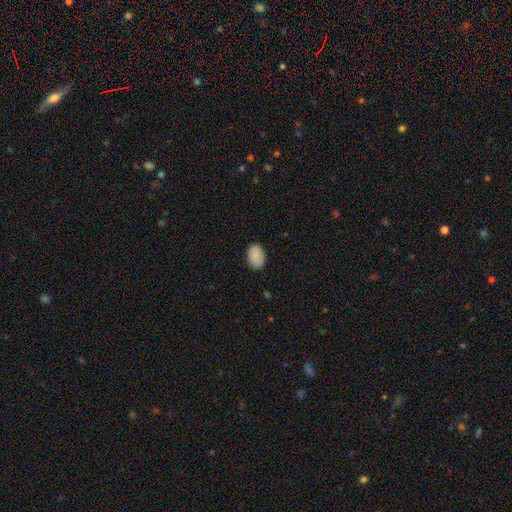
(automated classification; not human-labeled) Q: Smooth or featured?
A: smooth (84%); runner-up: featured or disk (8%)
Q: How rounded?
A: in between (82%); runner-up: round (17%)
Q: Merging?
A: none (84%); runner-up: minor disturbance (12%)